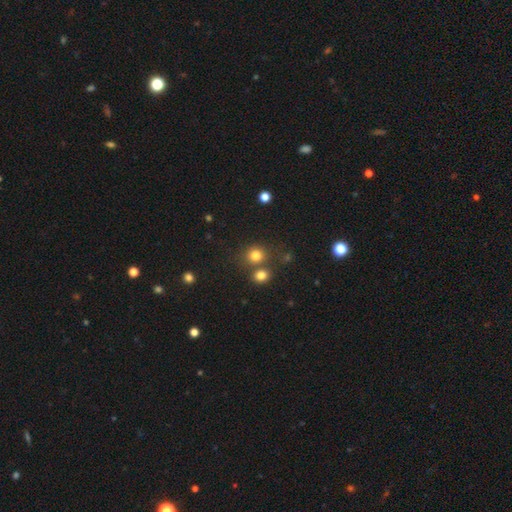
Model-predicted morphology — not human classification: Smooth or featured?
  - smooth: 79% *
  - star or artifact: 14%
  - featured or disk: 7%
How rounded?
  - round: 82% *
  - in between: 17%
  - cigar-shaped: 1%
Merging?
  - none: 63% *
  - merger: 24%
  - minor disturbance: 9%
  - major disturbance: 4%